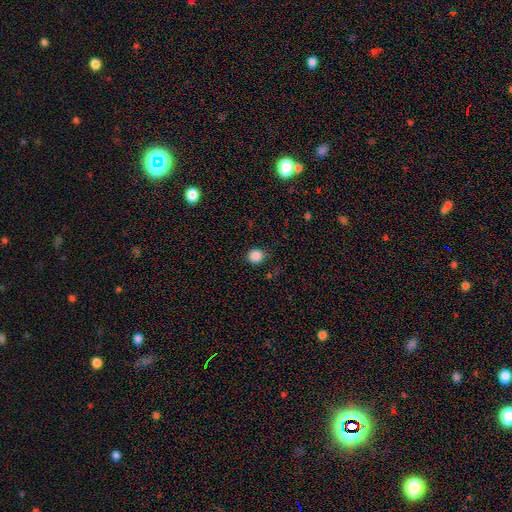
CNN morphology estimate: This appears to be a smooth galaxy with no disk features (86%) that is round (90%). Merging: none (85%).